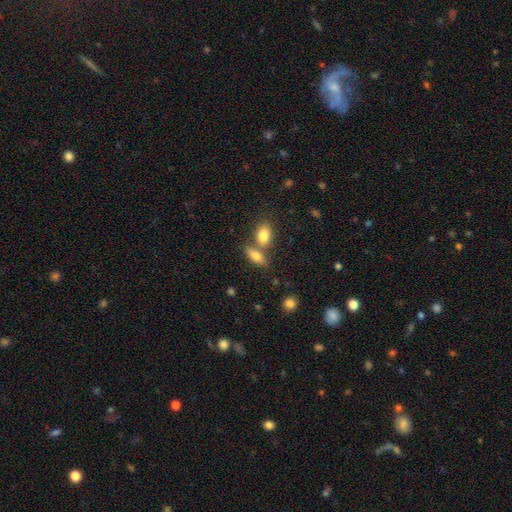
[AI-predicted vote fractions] Q: Smooth or featured?
A: smooth (73%); runner-up: featured or disk (19%)
Q: How rounded?
A: in between (73%); runner-up: cigar-shaped (21%)
Q: Merging?
A: none (49%); runner-up: merger (38%)